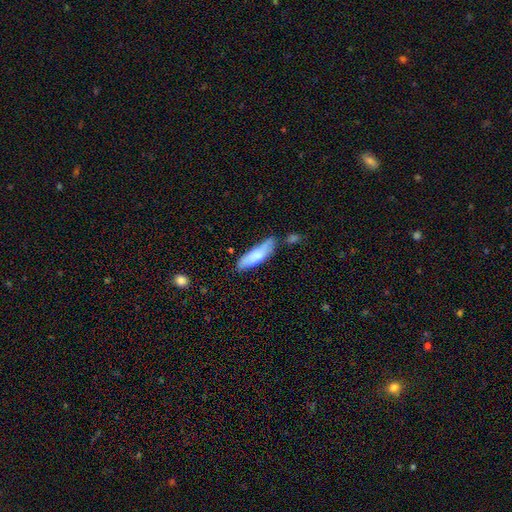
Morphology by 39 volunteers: Smooth or featured: smooth — 79% (featured or disk — 13%)
How rounded: cigar-shaped — 61% (in between — 35%)
Merging: none — 58% (minor disturbance — 28%)